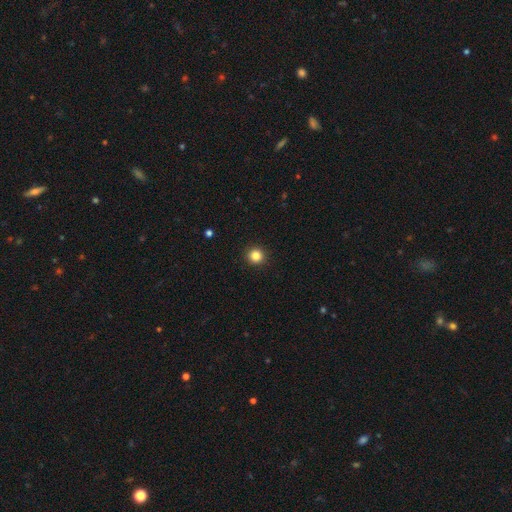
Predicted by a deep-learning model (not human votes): The model was most divided on "smooth or featured": smooth: 85%, star or artifact: 12%, featured or disk: 4%. More confident: how rounded — round (95%); merging — none (93%).